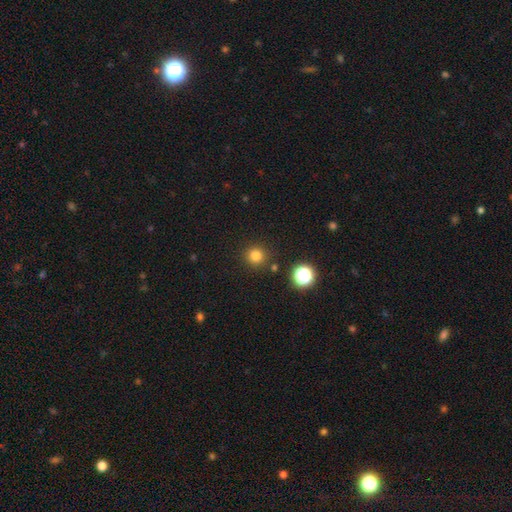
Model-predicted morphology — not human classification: Q: Smooth or featured?
A: smooth (80%); runner-up: star or artifact (16%)
Q: How rounded?
A: round (94%); runner-up: in between (5%)
Q: Merging?
A: none (87%); runner-up: minor disturbance (6%)